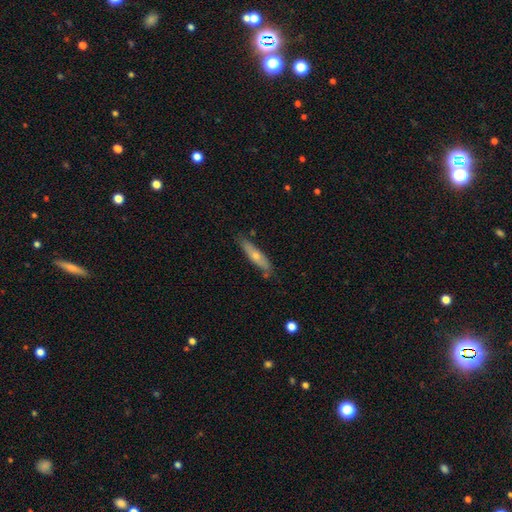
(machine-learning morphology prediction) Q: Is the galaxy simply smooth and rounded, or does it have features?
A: smooth — 58%.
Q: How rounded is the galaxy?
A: cigar-shaped — 76%.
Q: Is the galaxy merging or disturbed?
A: none — 76%.